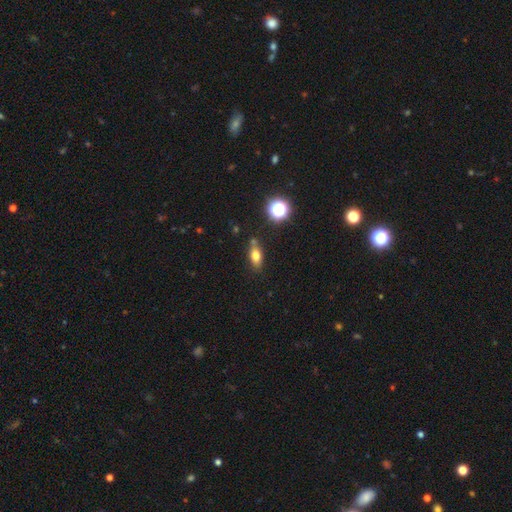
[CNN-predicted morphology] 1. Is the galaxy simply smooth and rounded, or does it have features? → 73% smooth, 14% featured or disk, 13% star or artifact.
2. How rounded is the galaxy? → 75% in between, 13% round, 12% cigar-shaped.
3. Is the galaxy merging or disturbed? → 74% none, 15% minor disturbance, 8% merger, 3% major disturbance.